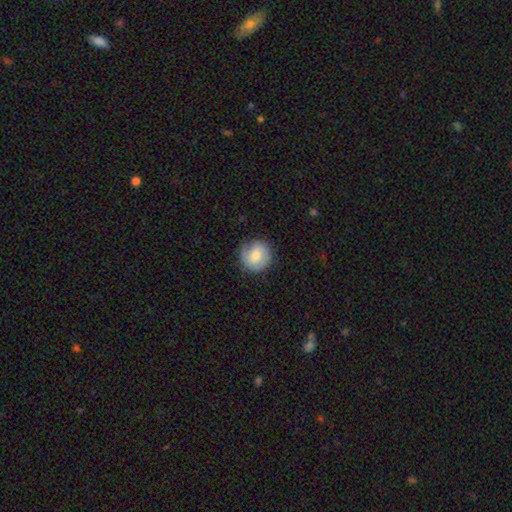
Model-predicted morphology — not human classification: Smooth or featured? smooth (68%)
How rounded? round (92%)
Merging? none (78%)